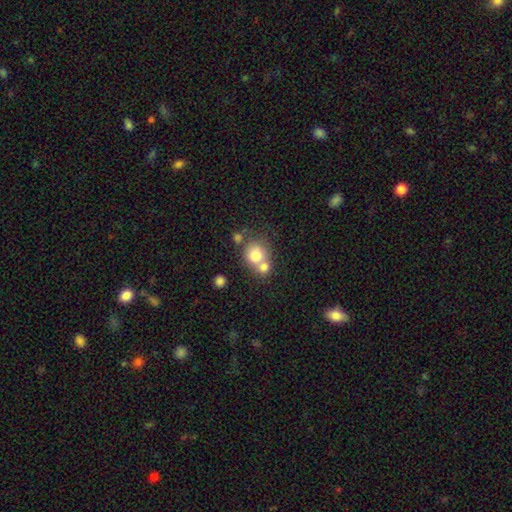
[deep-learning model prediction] Overall: smooth (74%). How rounded: round (78%). Merging: merger (54%; none 35%).